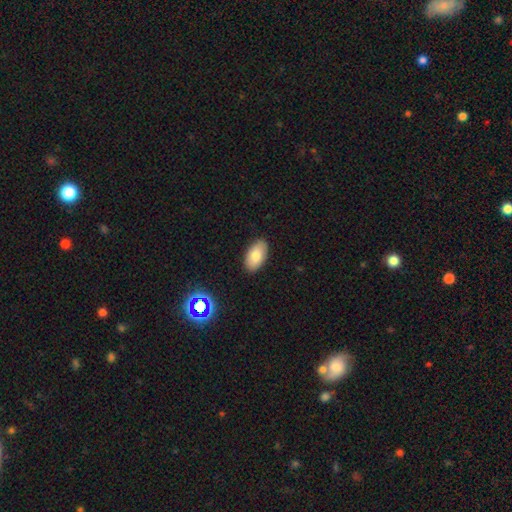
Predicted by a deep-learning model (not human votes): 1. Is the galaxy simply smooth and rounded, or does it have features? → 81% smooth, 11% featured or disk, 8% star or artifact.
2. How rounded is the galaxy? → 95% in between, 3% round, 2% cigar-shaped.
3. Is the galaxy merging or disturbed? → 89% none, 8% minor disturbance, 2% major disturbance, 1% merger.